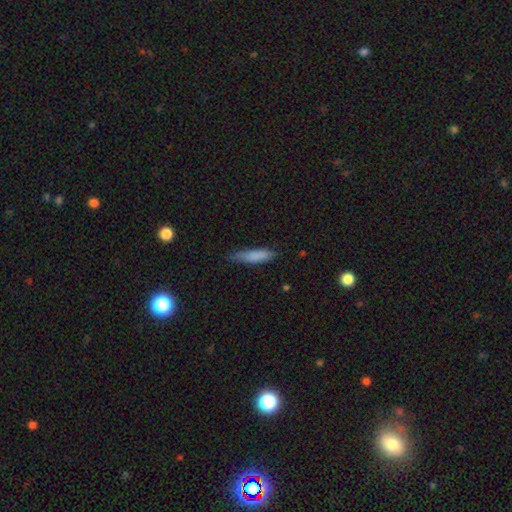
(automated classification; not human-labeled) Smooth or featured? smooth (83%)
How rounded? cigar-shaped (73%)
Merging? none (72%)